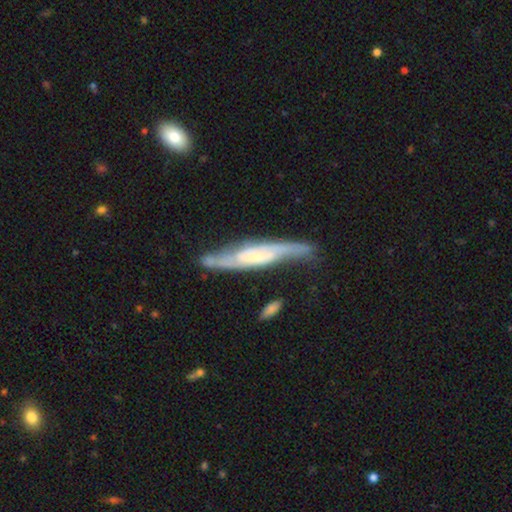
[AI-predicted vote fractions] This is likely a featured or disk galaxy (76%). It is possibly viewed edge-on (51%). Merging: likely none (67%).